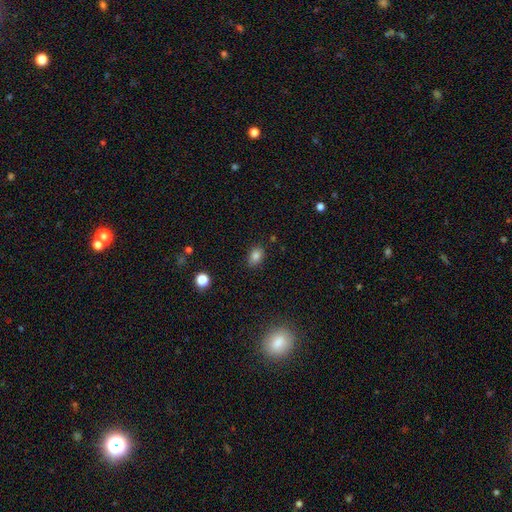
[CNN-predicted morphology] smooth 83%, star or artifact 11%, featured or disk 6%. Down the decision tree: how rounded — in between (72%); merging — none (81%).